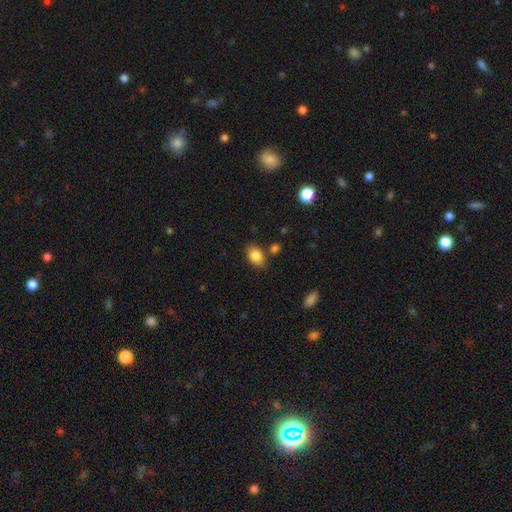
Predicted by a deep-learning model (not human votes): Morphology: type=smooth (84%); roundness=in between (79%); merging=none (76%).